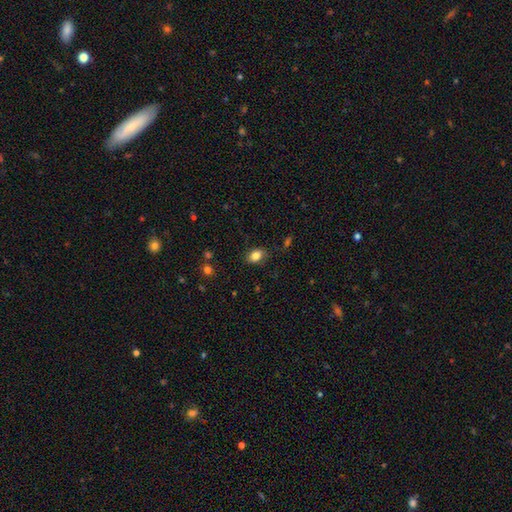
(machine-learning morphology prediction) smooth 84%, star or artifact 9%, featured or disk 7%. Down the decision tree: how rounded — in between (78%); merging — none (83%).